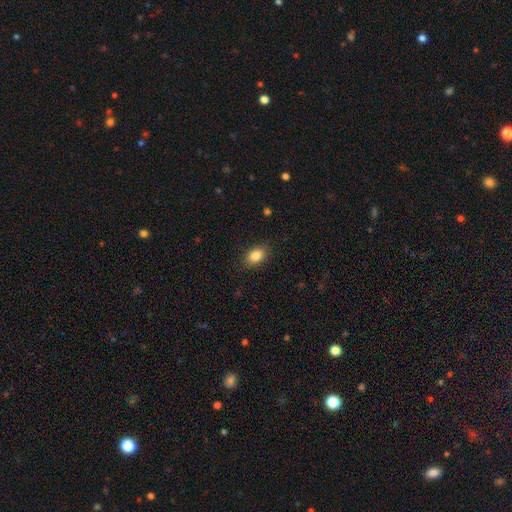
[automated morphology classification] type=smooth (86%); roundness=in between (81%); merging=none (86%).